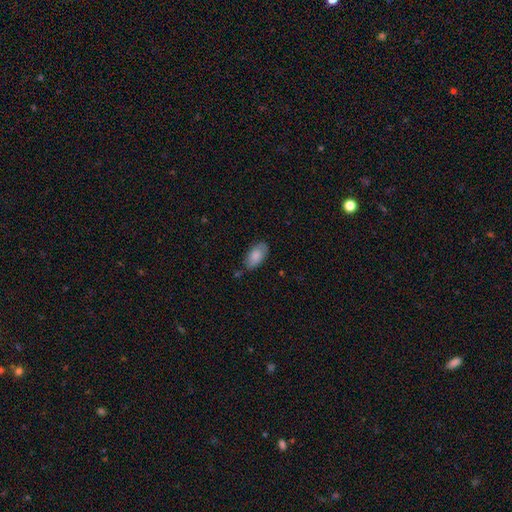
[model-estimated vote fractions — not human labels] Smooth or featured?
  - smooth: 82% *
  - featured or disk: 12%
  - star or artifact: 6%
How rounded?
  - in between: 94% *
  - cigar-shaped: 3%
  - round: 3%
Merging?
  - none: 71% *
  - minor disturbance: 21%
  - major disturbance: 4%
  - merger: 4%